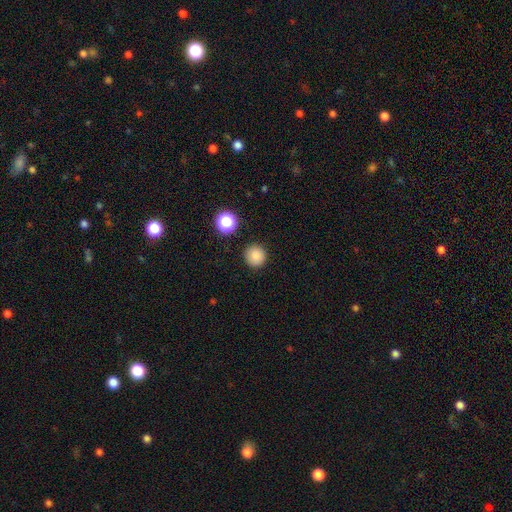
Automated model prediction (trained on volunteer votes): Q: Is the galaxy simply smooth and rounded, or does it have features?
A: smooth — 84%.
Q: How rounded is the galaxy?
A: round — 95%.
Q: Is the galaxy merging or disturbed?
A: none — 91%.